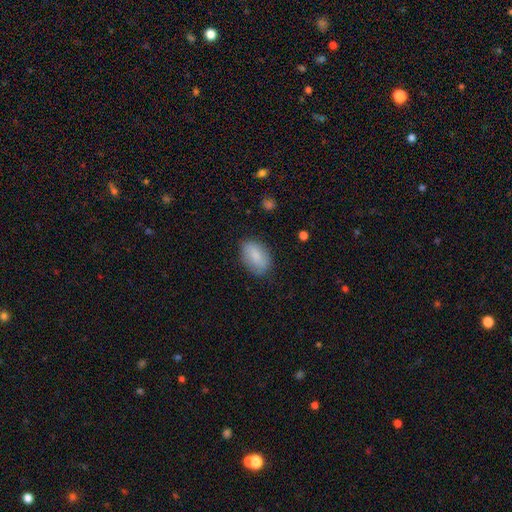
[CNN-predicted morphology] A smooth galaxy with no disk features (81%) that is in between round and cigar-shaped (90%).

Vote fractions:
- Smooth or featured? smooth: 81% / featured or disk: 12% / star or artifact: 7%
- How rounded? in between: 90% / round: 8% / cigar-shaped: 2%
- Merging? none: 79% / minor disturbance: 16% / major disturbance: 4% / merger: 1%